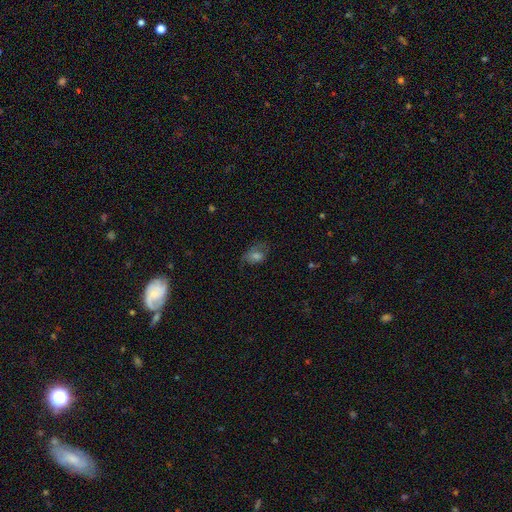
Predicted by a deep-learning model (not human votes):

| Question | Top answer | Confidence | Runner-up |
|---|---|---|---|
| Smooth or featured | smooth | 54% | featured or disk (27%) |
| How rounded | in between | 74% | round (23%) |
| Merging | none | 52% | minor disturbance (26%) |